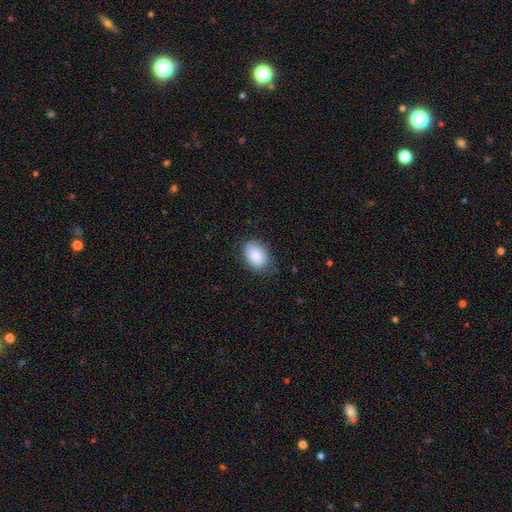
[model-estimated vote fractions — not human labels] This appears to be a smooth galaxy with no disk features (85%) that is in between round and cigar-shaped (85%). Merging: none (76%).